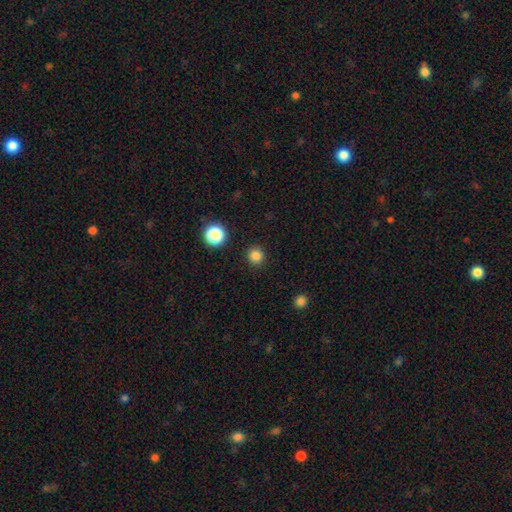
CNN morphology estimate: Smooth or featured? Predicted: smooth (p=0.83). How rounded? Predicted: round (p=0.92). Merging? Predicted: none (p=0.91).